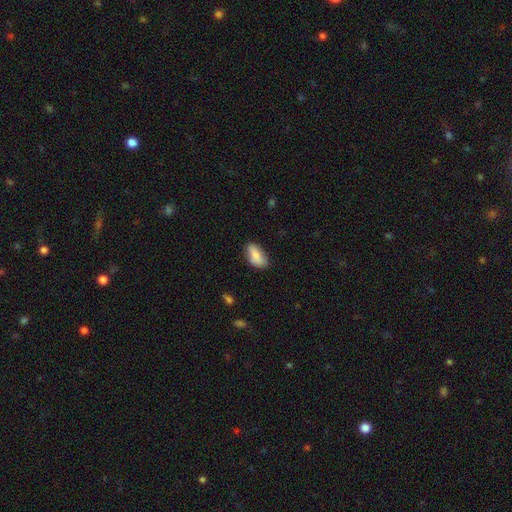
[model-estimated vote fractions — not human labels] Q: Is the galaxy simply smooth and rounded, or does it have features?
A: smooth — 82%.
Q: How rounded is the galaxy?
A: in between — 91%.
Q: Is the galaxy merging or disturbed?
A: none — 73%.